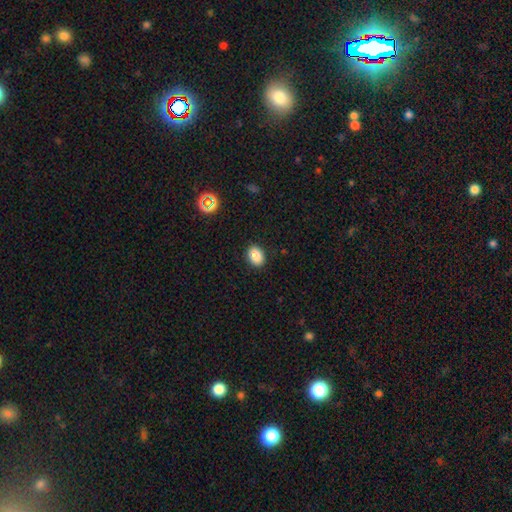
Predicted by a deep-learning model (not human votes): The model was most divided on "how rounded": in between: 74%, round: 25%, cigar-shaped: 1%. More confident: merging — none (89%); smooth or featured — smooth (86%).